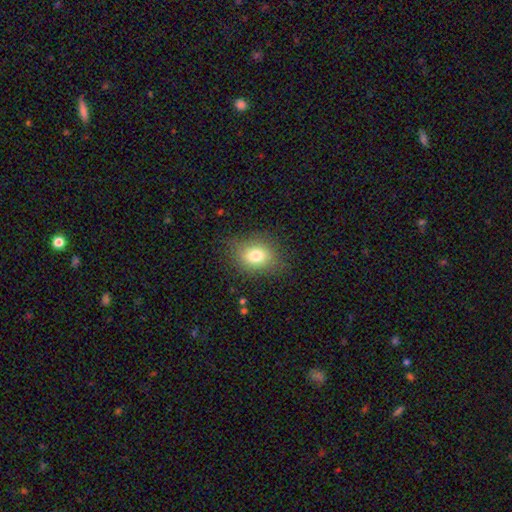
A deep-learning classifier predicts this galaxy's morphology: Smooth or featured?
  - smooth: 77% *
  - featured or disk: 12%
  - star or artifact: 11%
How rounded?
  - in between: 55% *
  - round: 44%
  - cigar-shaped: 1%
Merging?
  - none: 80% *
  - minor disturbance: 15%
  - major disturbance: 5%
  - merger: 1%